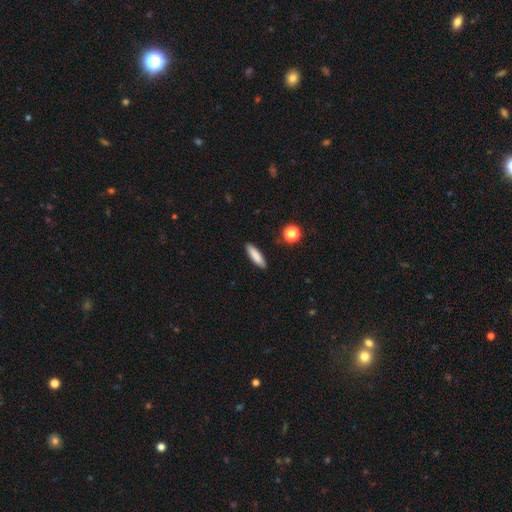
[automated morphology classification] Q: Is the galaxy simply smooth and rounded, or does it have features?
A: smooth — 84%.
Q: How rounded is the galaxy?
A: cigar-shaped — 66%.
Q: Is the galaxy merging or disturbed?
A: none — 88%.